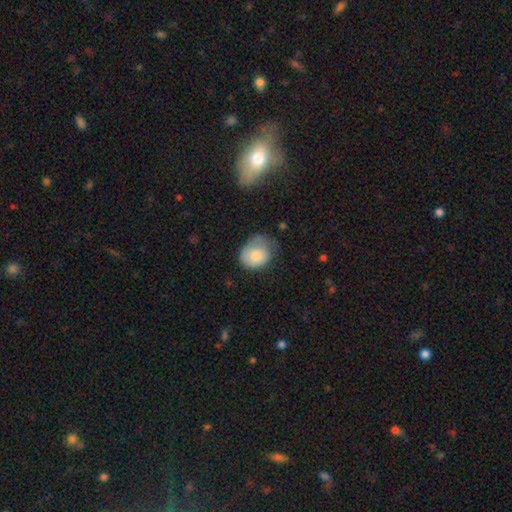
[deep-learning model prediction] A smooth galaxy with no disk features (77%) that is round (58%).

Vote fractions:
- Smooth or featured? smooth: 77% / featured or disk: 16% / star or artifact: 7%
- How rounded? round: 58% / in between: 41% / cigar-shaped: 1%
- Merging? minor disturbance: 39% / none: 37% / major disturbance: 22% / merger: 2%